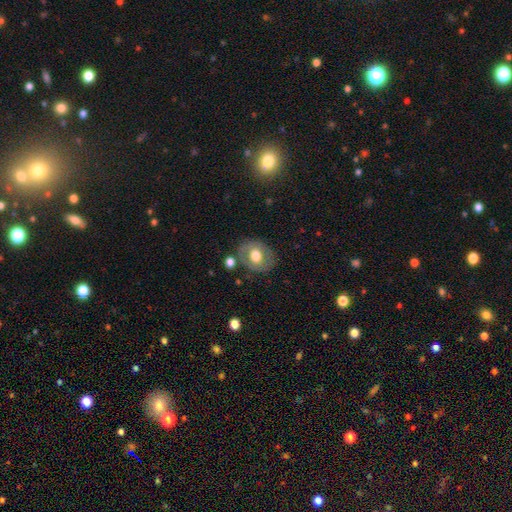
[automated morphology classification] type=smooth (58%); roundness=round (53%); merging=none (75%).